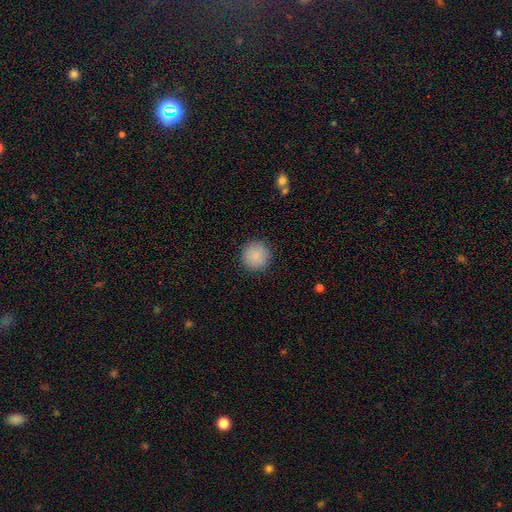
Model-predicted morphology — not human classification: A smooth galaxy with no disk features (88%) that is round (96%).

Vote fractions:
- Smooth or featured? smooth: 88% / star or artifact: 7% / featured or disk: 4%
- How rounded? round: 96% / in between: 3% / cigar-shaped: 1%
- Merging? none: 92% / minor disturbance: 6% / major disturbance: 2% / merger: 1%